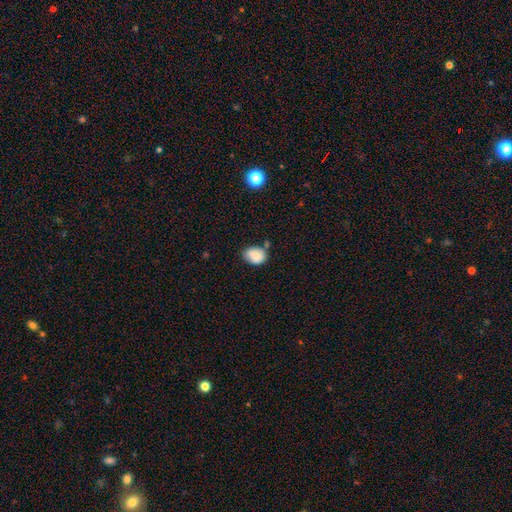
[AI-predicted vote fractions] This is clearly a smooth galaxy (82%). How rounded: likely in between (63%). Merging: likely none (61%).